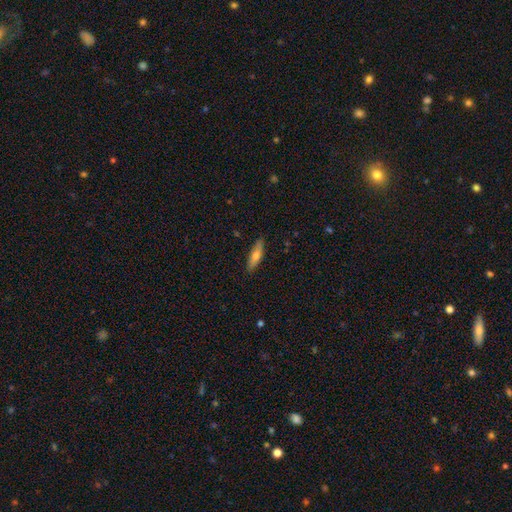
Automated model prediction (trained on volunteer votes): smooth-or-featured: smooth: 61% | featured or disk: 33% | star or artifact: 6%
  how-rounded: cigar-shaped: 69% | in between: 29% | round: 2%
  merging: none: 86% | minor disturbance: 11% | major disturbance: 2% | merger: 1%